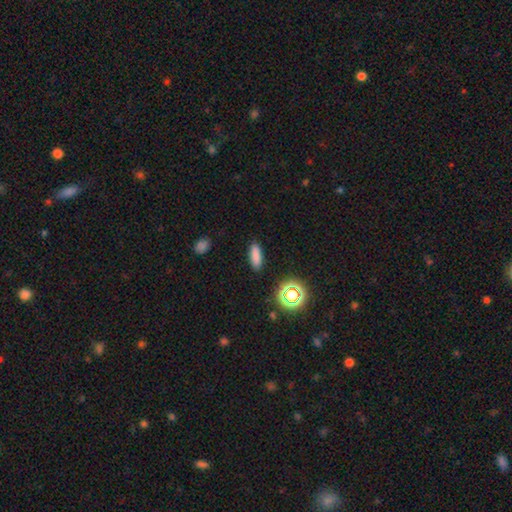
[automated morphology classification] smooth_or_featured: smooth (p=0.81) [alt: star or artifact p=0.12]
how_rounded: in between (p=0.51) [alt: cigar-shaped p=0.45]
merging: none (p=0.89) [alt: minor disturbance p=0.07]